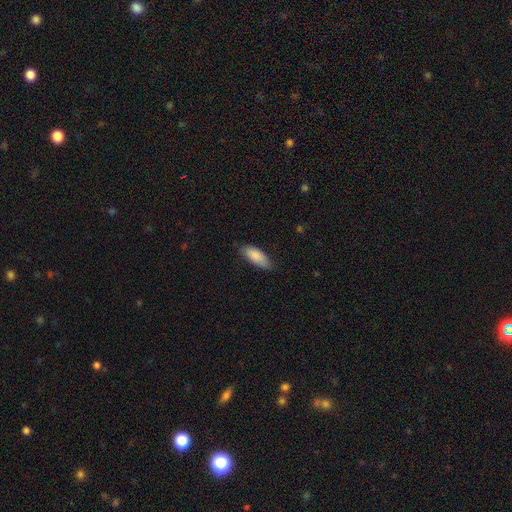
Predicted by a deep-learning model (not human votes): Overall: smooth (86%). How rounded: in between (82%). Merging: none (75%).